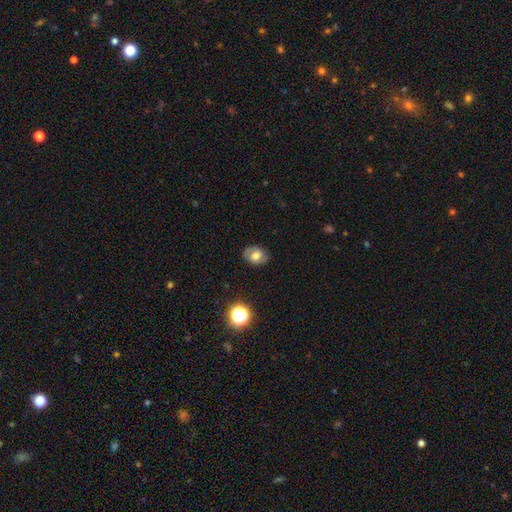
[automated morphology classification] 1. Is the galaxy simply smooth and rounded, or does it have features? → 66% smooth, 23% featured or disk, 11% star or artifact.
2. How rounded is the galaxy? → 64% in between, 35% round, 1% cigar-shaped.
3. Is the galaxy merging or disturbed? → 83% none, 13% minor disturbance, 3% major disturbance, 1% merger.